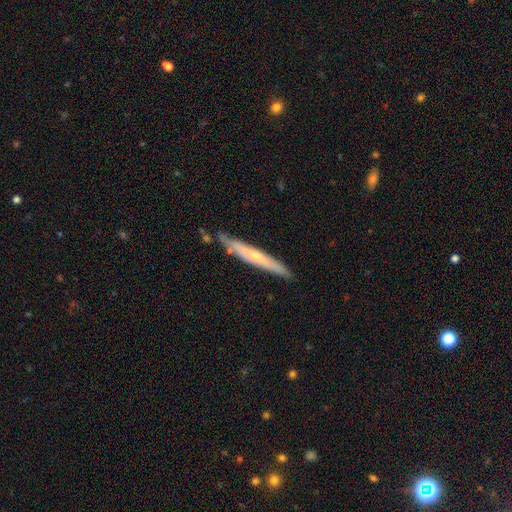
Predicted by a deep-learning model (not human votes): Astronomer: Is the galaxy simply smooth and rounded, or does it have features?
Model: featured or disk — 52% (runner-up: smooth, 43%).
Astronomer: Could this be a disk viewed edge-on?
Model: yes — 88%.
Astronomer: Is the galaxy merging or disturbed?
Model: none — 79%.